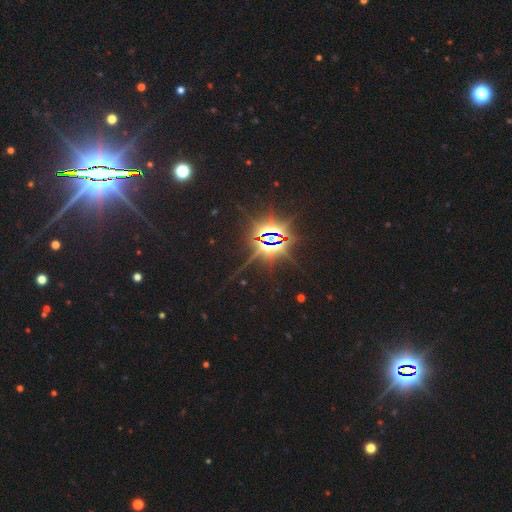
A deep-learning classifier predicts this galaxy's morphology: Smooth or featured?
  - star or artifact: 85% *
  - featured or disk: 7%
  - smooth: 7%